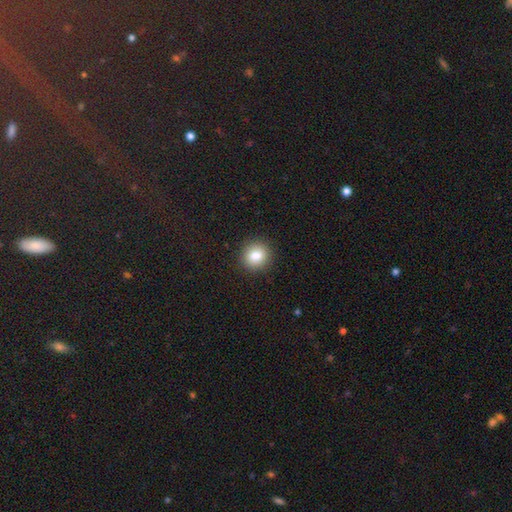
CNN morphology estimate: This is clearly a smooth galaxy (84%). How rounded: clearly round (87%). Merging: clearly none (91%).